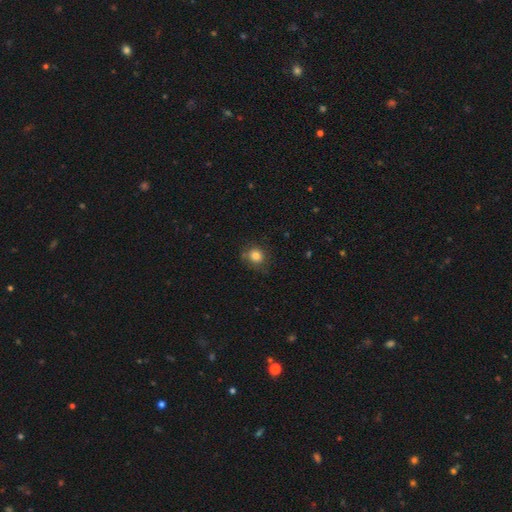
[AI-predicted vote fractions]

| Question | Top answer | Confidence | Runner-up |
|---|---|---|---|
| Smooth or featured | smooth | 82% | star or artifact (11%) |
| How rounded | round | 81% | in between (18%) |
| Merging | none | 74% | minor disturbance (19%) |